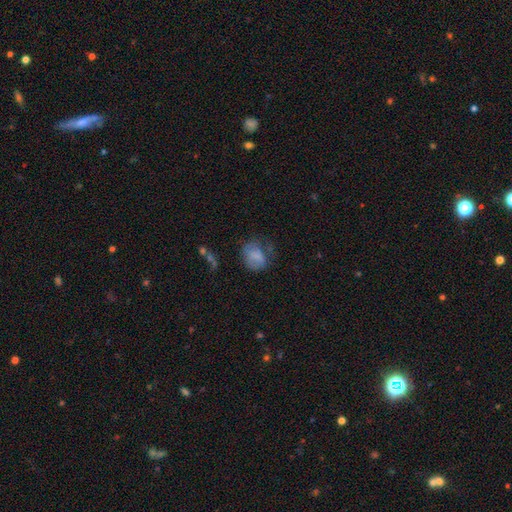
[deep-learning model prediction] This is likely a smooth galaxy (66%). How rounded: possibly in between (52%). Merging: marginally none (44%).